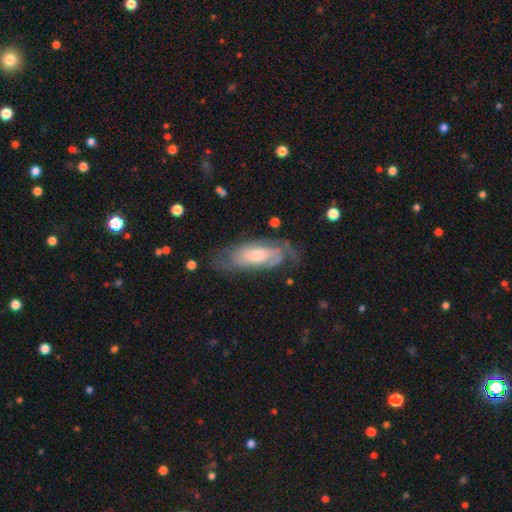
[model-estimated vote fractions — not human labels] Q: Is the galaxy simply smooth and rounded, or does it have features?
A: featured or disk — 72%.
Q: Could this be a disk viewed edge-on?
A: no — 85%.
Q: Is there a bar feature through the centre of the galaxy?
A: no — 66%.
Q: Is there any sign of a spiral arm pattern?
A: yes — 88%.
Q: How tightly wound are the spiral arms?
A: tight — 58%.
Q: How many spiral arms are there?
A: can't tell — 45%.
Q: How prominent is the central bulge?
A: moderate — 49%.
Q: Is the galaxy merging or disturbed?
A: none — 67%.